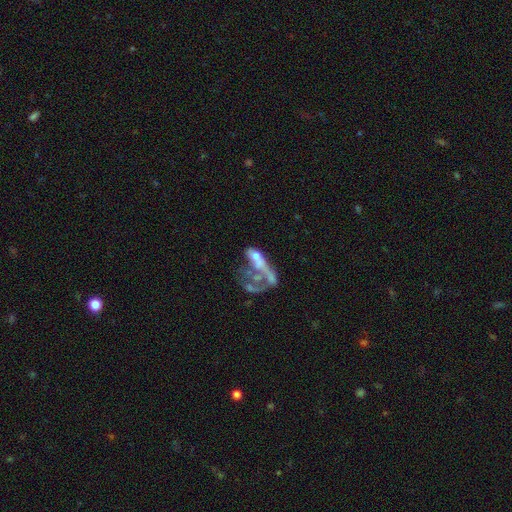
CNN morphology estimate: Q: Smooth or featured?
A: featured or disk (59%); runner-up: smooth (28%)
Q: Edge-on disk?
A: no (94%); runner-up: yes (6%)
Q: Bar?
A: no (87%); runner-up: weak (9%)
Q: Spiral arms?
A: no (87%); runner-up: yes (13%)
Q: Bulge size?
A: none (51%); runner-up: moderate (22%)
Q: Merging?
A: major disturbance (41%); runner-up: merger (35%)